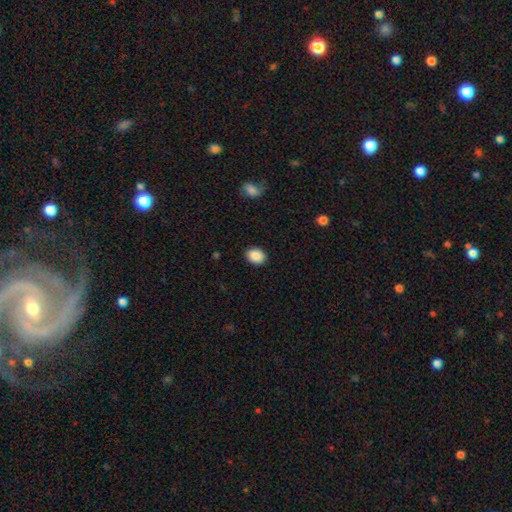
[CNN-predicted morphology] Smooth or featured: smooth — 89% (star or artifact — 8%)
How rounded: in between — 54% (round — 45%)
Merging: none — 90% (minor disturbance — 7%)